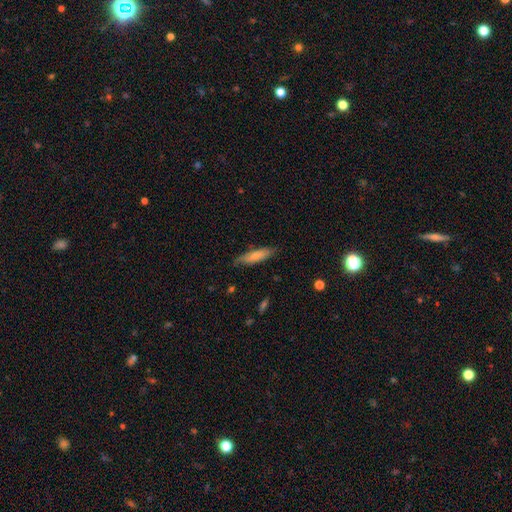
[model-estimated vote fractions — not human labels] The model was most divided on "how rounded": cigar-shaped: 69%, in between: 29%, round: 2%. More confident: merging — none (79%); smooth or featured — smooth (75%).